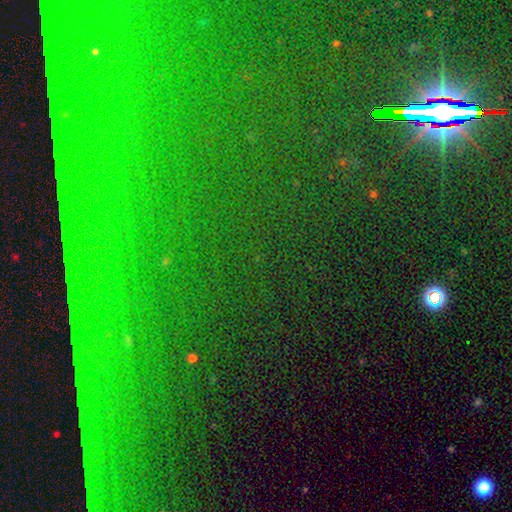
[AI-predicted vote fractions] smooth_or_featured: star or artifact (p=0.83) [alt: smooth p=0.09]